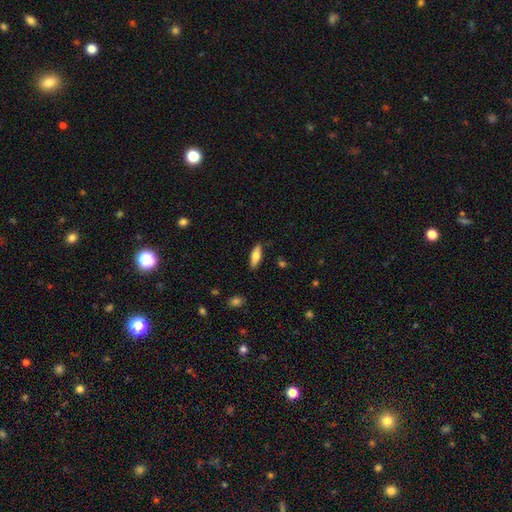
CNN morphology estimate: smooth_or_featured: smooth (p=0.68) [alt: featured or disk p=0.26]
how_rounded: in between (p=0.57) [alt: cigar-shaped p=0.41]
merging: none (p=0.84) [alt: minor disturbance p=0.12]